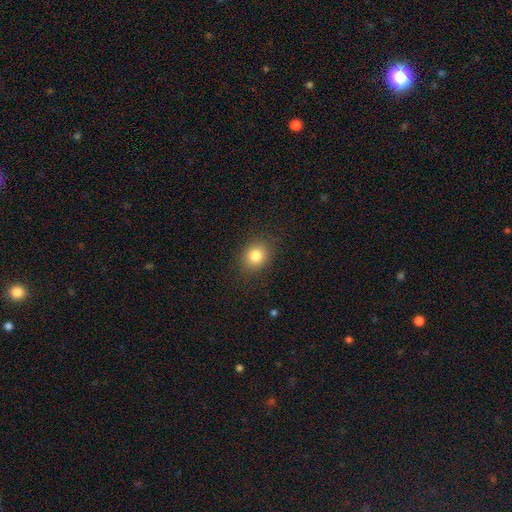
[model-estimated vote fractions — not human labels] smooth 82%, star or artifact 11%, featured or disk 7%. Down the decision tree: how rounded — round (63%); merging — none (87%).